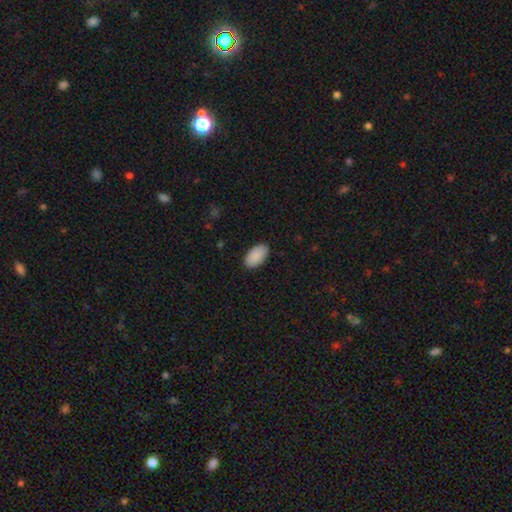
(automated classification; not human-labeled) Smooth or featured? Predicted: smooth (p=0.91). How rounded? Predicted: in between (p=0.96). Merging? Predicted: none (p=0.89).